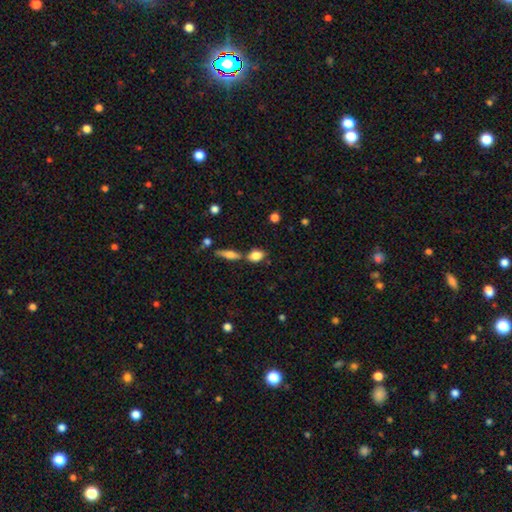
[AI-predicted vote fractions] Smooth or featured? Predicted: smooth (p=0.80). How rounded? Predicted: in between (p=0.78). Merging? Predicted: none (p=0.59).